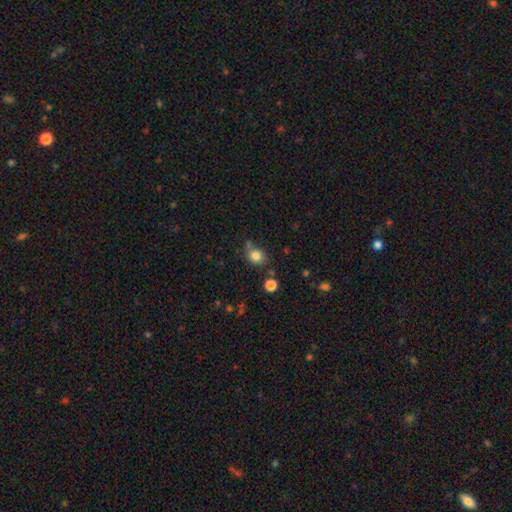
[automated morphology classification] This appears to be a smooth galaxy with no disk features (82%) that is round (64%). Merging: none (67%).